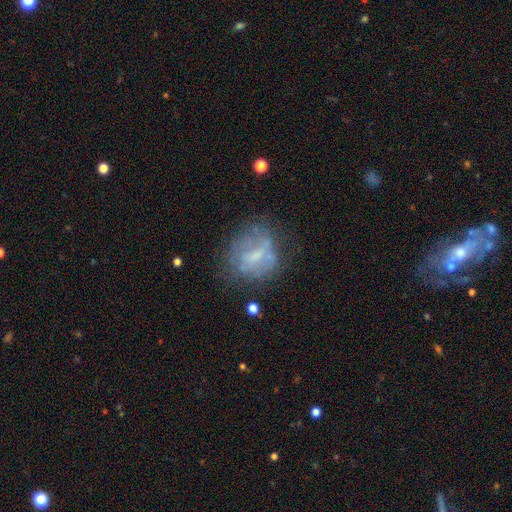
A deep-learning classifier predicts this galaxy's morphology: smooth-or-featured: featured or disk: 50% | smooth: 37% | star or artifact: 13%
  merging: none: 55% | minor disturbance: 23% | major disturbance: 17% | merger: 5%